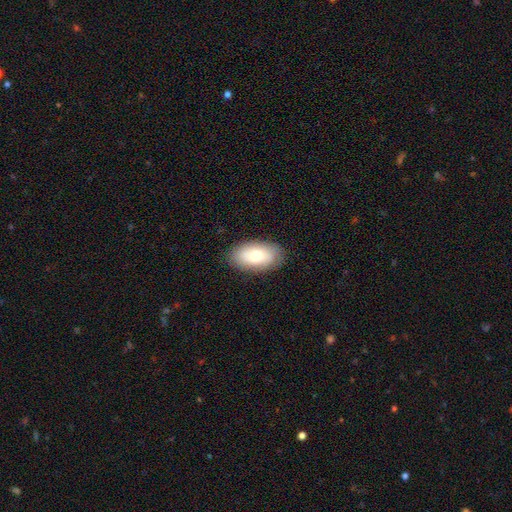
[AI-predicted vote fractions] This is likely a smooth galaxy (72%). How rounded: clearly in between (94%). Merging: clearly none (85%).